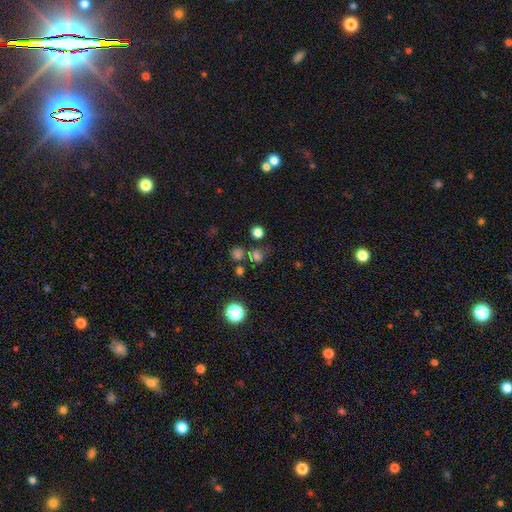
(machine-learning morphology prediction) type=smooth (65%); roundness=round (81%); merging=none (64%).